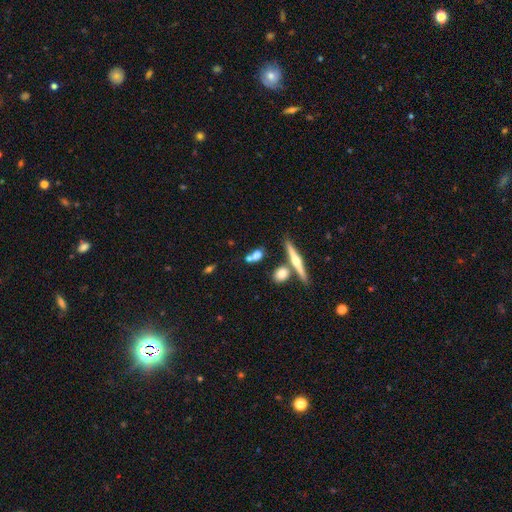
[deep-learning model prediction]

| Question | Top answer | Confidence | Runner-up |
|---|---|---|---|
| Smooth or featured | smooth | 58% | featured or disk (31%) |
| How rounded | in between | 50% | round (26%) |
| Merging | none | 51% | merger (29%) |